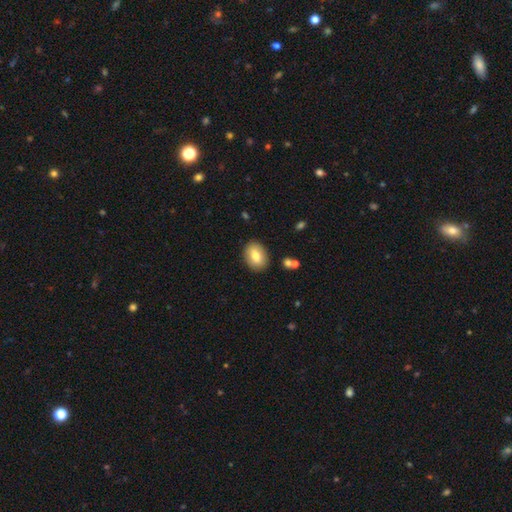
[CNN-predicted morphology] smooth_or_featured: smooth (p=0.77) [alt: featured or disk p=0.16]
how_rounded: in between (p=0.77) [alt: round p=0.22]
merging: none (p=0.87) [alt: minor disturbance p=0.09]